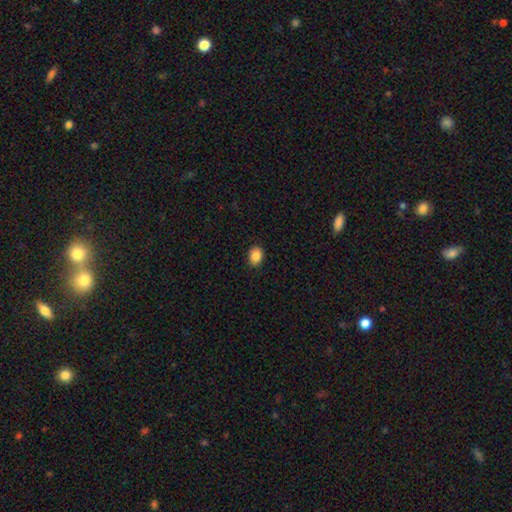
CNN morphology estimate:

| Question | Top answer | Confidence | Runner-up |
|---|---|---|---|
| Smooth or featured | smooth | 88% | star or artifact (8%) |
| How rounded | in between | 65% | round (34%) |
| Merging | none | 90% | minor disturbance (7%) |